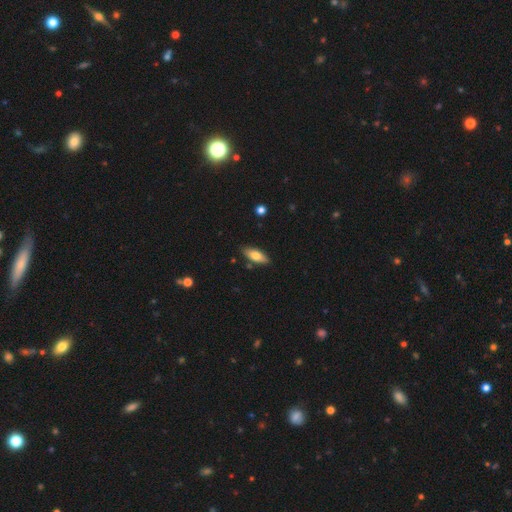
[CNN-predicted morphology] Smooth or featured? Predicted: smooth (p=0.73). How rounded? Predicted: in between (p=0.74). Merging? Predicted: none (p=0.84).